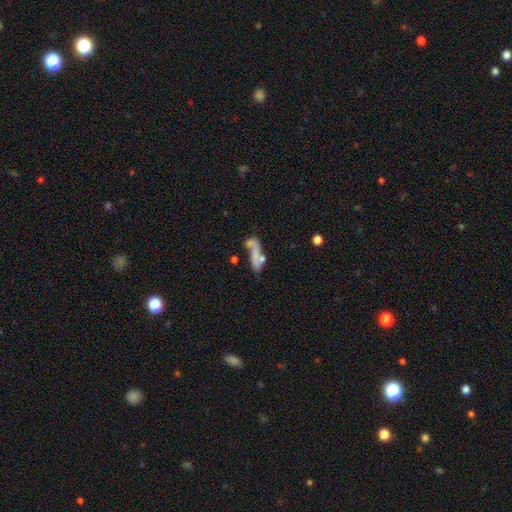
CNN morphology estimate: smooth_or_featured: smooth (p=0.58) [alt: featured or disk p=0.32]
how_rounded: cigar-shaped (p=0.49) [alt: in between p=0.46]
merging: merger (p=0.35) [alt: none p=0.31]